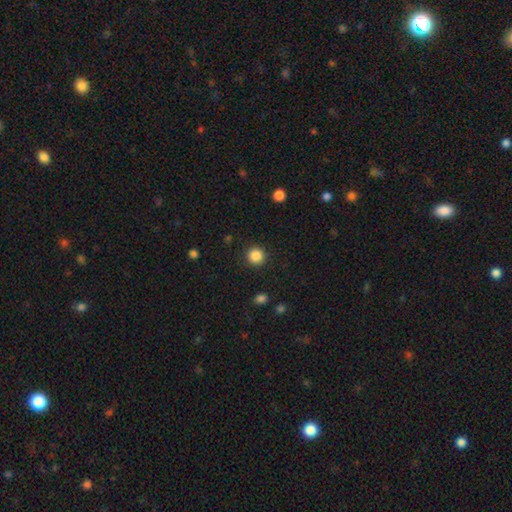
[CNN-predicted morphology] smooth-or-featured: smooth: 87% | star or artifact: 10% | featured or disk: 3%
  how-rounded: round: 95% | in between: 4% | cigar-shaped: 1%
  merging: none: 91% | minor disturbance: 6% | major disturbance: 2% | merger: 1%